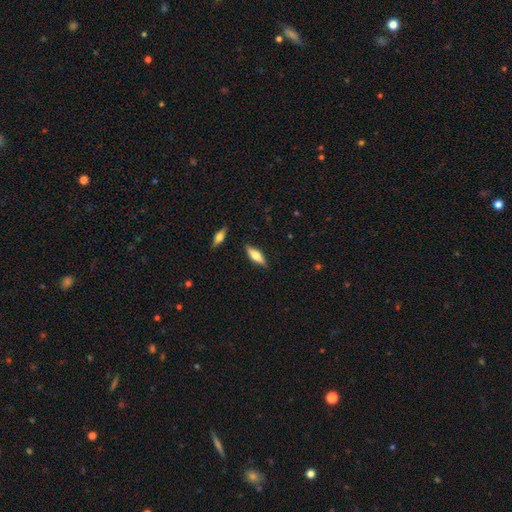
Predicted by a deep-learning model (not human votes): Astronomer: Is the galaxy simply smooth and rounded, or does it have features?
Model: smooth — 53% (runner-up: featured or disk, 41%).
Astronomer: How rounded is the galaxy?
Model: in between — 51% (runner-up: cigar-shaped, 46%).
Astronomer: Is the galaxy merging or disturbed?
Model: none — 85%.